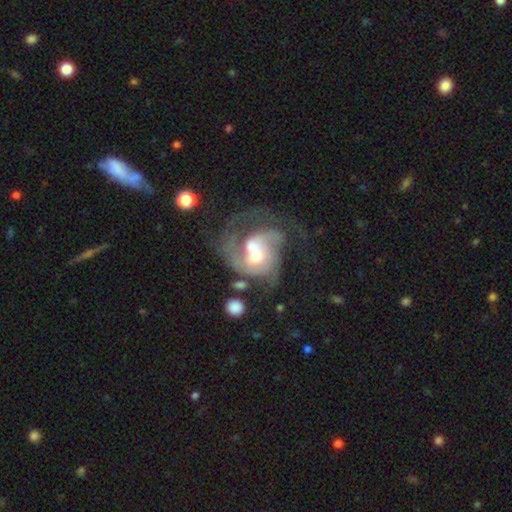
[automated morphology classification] A featured or disk galaxy (76%) with no bar (72%), 2 (36%) medium (45%) spiral arms (83%) and a moderate central bulge (63%).

Vote fractions:
- Smooth or featured? featured or disk: 76% / smooth: 17% / star or artifact: 7%
- Edge-on disk? no: 98% / yes: 2%
- Bar? no: 72% / weak: 23% / strong: 5%
- Spiral arms? yes: 83% / no: 17%
- Spiral winding? medium: 45% / loose: 31% / tight: 24%
- Spiral arm count? 2: 36% / can't tell: 22% / 3: 17% / 1: 17% / 4: 4% / more than 4: 3%
- Bulge size? moderate: 63% / small: 22% / large: 11% / none: 3% / dominant: 2%
- Merging? merger: 38% / major disturbance: 29% / none: 22% / minor disturbance: 11%